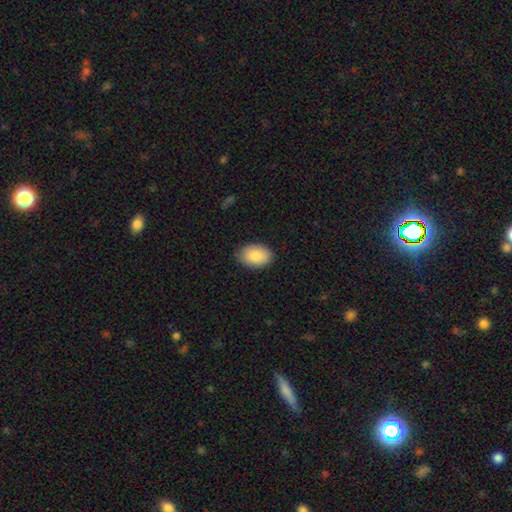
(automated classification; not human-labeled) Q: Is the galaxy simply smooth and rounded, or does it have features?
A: smooth — 88%.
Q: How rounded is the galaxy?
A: in between — 89%.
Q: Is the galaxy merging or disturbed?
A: none — 86%.